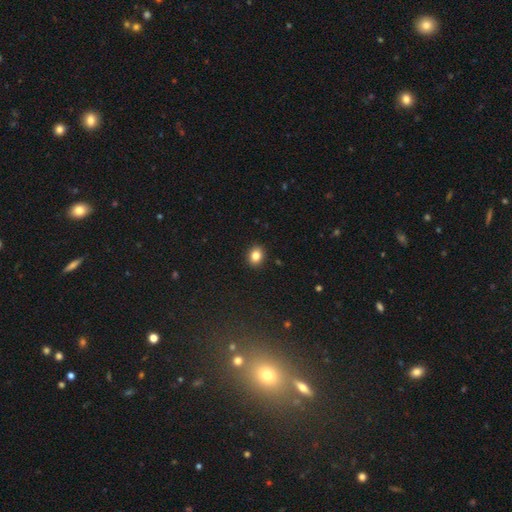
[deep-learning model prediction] smooth 84%, star or artifact 10%, featured or disk 6%. Down the decision tree: how rounded — round (56%); merging — none (91%).